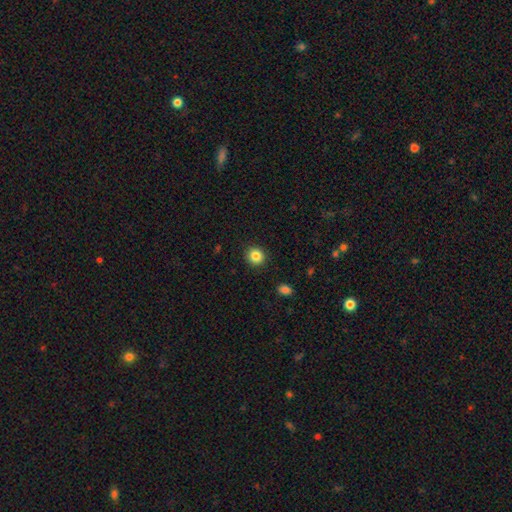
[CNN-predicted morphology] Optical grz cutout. It shows a smooth galaxy with no disk features (85%) that is round (91%). Merging: none (91%).